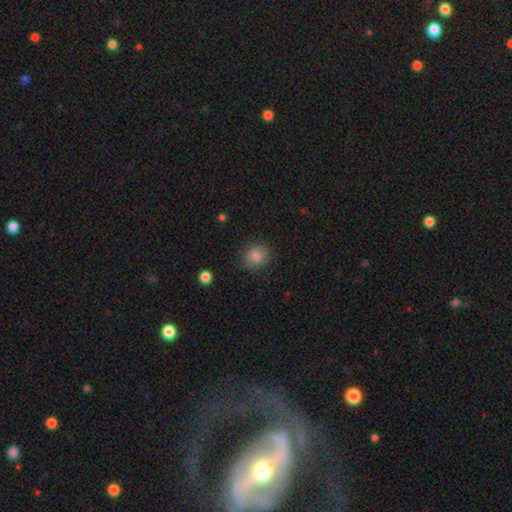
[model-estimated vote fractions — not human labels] smooth-or-featured: smooth: 84% | star or artifact: 11% | featured or disk: 5%
  how-rounded: round: 73% | in between: 26% | cigar-shaped: 1%
  merging: none: 85% | minor disturbance: 11% | major disturbance: 3% | merger: 1%